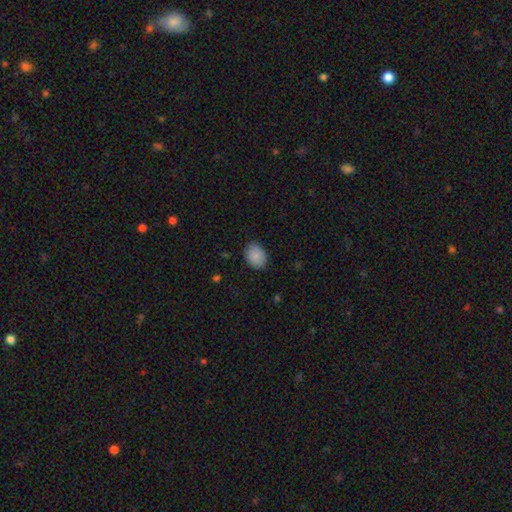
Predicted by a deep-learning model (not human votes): A smooth galaxy with no disk features (87%) that is in between round and cigar-shaped (66%). Merging: none (86%).